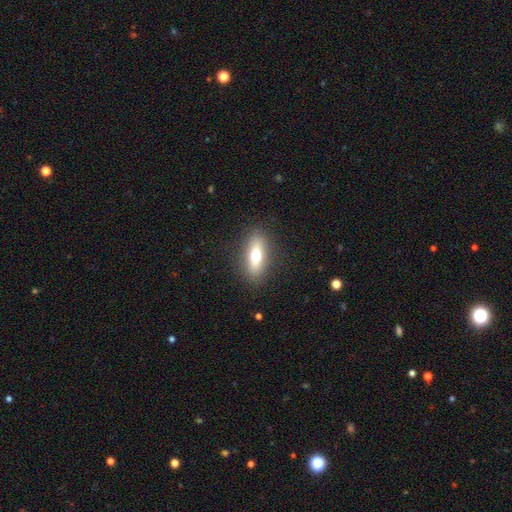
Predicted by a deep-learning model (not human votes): A smooth galaxy with no disk features (64%) that is in between round and cigar-shaped (62%).

Vote fractions:
- Smooth or featured? smooth: 64% / featured or disk: 27% / star or artifact: 8%
- How rounded? in between: 62% / cigar-shaped: 33% / round: 6%
- Merging? none: 87% / minor disturbance: 9% / major disturbance: 3% / merger: 1%